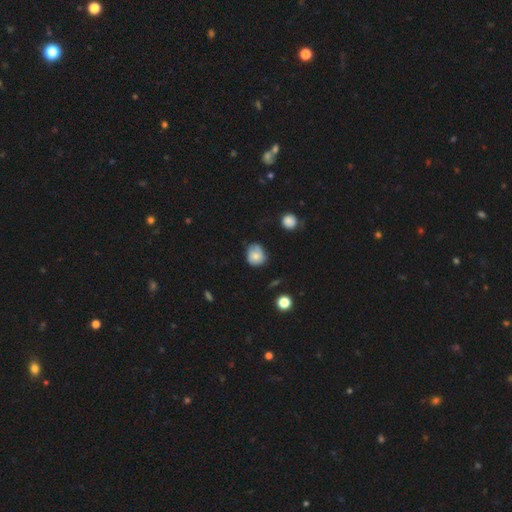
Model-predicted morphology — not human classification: A smooth galaxy with no disk features (71%) that is round (71%).

Vote fractions:
- Smooth or featured? smooth: 71% / featured or disk: 20% / star or artifact: 9%
- How rounded? round: 71% / in between: 28% / cigar-shaped: 1%
- Merging? none: 59% / minor disturbance: 31% / major disturbance: 7% / merger: 2%